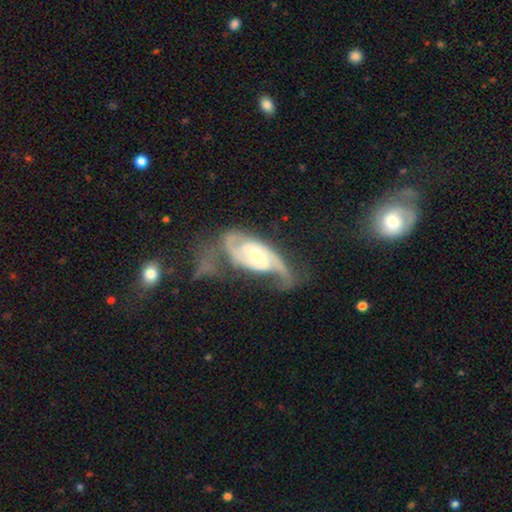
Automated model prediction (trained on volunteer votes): Smooth or featured? featured or disk (90%)
Edge-on disk? no (95%)
Bar? no (60%)
Spiral arms? yes (97%)
Spiral winding? tight (48%)
Spiral arm count? 2 (78%)
Bulge size? moderate (54%)
Merging? none (44%)